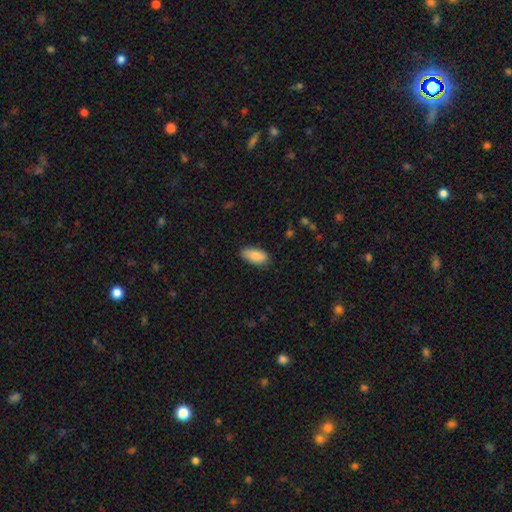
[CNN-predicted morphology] The model was most divided on "merging": none: 79%, minor disturbance: 17%, major disturbance: 3%, merger: 1%. More confident: how rounded — in between (91%); smooth or featured — smooth (87%).